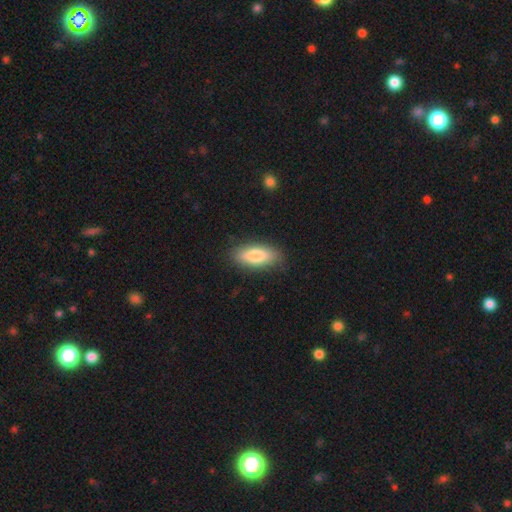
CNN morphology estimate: This appears to be a smooth galaxy with no disk features (82%) that is in between round and cigar-shaped (80%). Merging: none (84%).